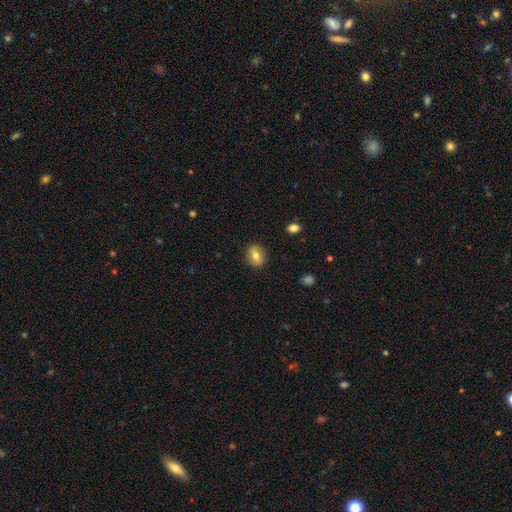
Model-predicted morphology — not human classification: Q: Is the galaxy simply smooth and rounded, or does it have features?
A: smooth — 72%.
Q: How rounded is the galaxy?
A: in between — 51%.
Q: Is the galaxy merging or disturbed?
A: none — 88%.